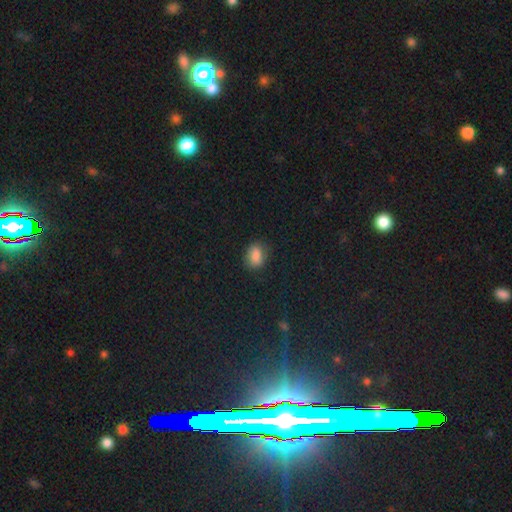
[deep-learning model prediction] A smooth galaxy with no disk features (84%) that is in between round and cigar-shaped (69%). Merging: none (79%).